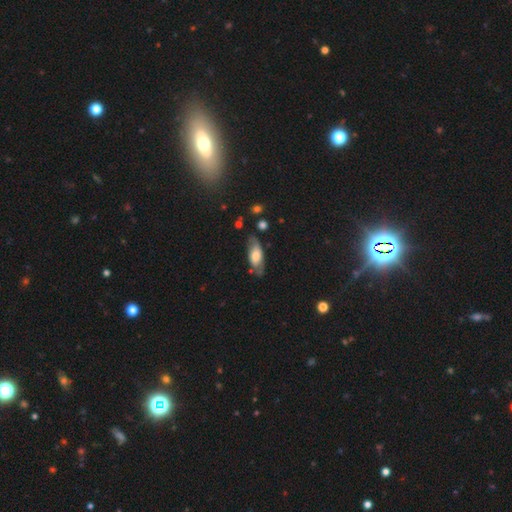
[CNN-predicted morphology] Smooth or featured? Predicted: smooth (p=0.56). How rounded? Predicted: in between (p=0.77). Merging? Predicted: none (p=0.66).